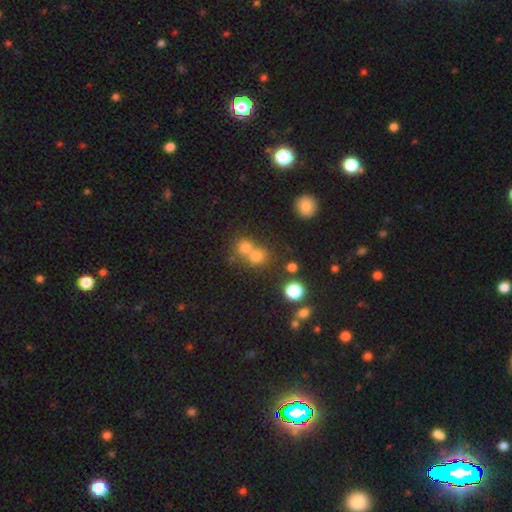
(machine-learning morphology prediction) Smooth or featured? smooth (72%)
How rounded? round (82%)
Merging? merger (47%)